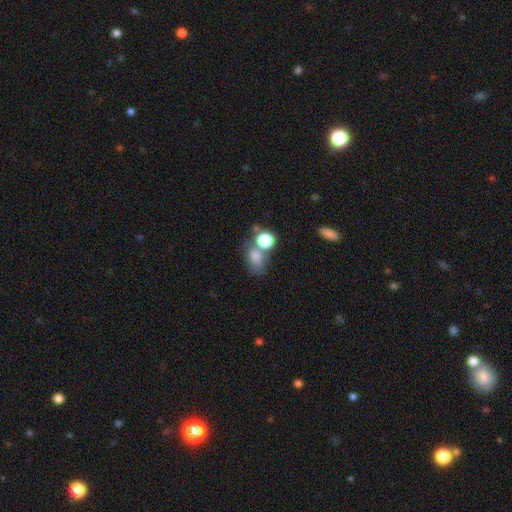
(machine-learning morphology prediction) Smooth or featured: smooth — 72% (star or artifact — 15%)
How rounded: in between — 65% (round — 34%)
Merging: none — 38% (merger — 37%)